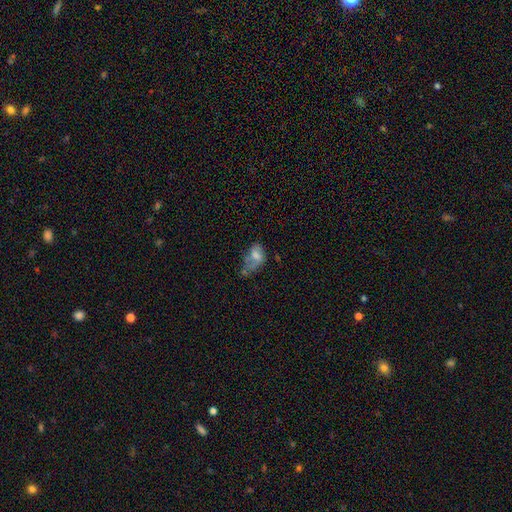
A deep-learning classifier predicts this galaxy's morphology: Q: Smooth or featured?
A: smooth (61%); runner-up: featured or disk (28%)
Q: How rounded?
A: in between (85%); runner-up: round (13%)
Q: Merging?
A: major disturbance (34%); runner-up: minor disturbance (27%)